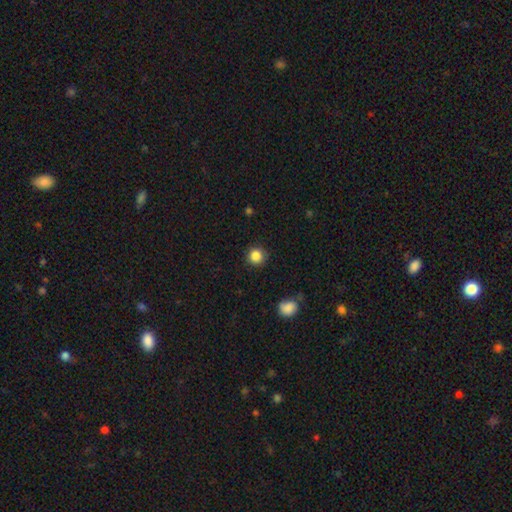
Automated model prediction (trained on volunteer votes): This appears to be a smooth galaxy with no disk features (86%) that is round (94%). Merging: none (90%).